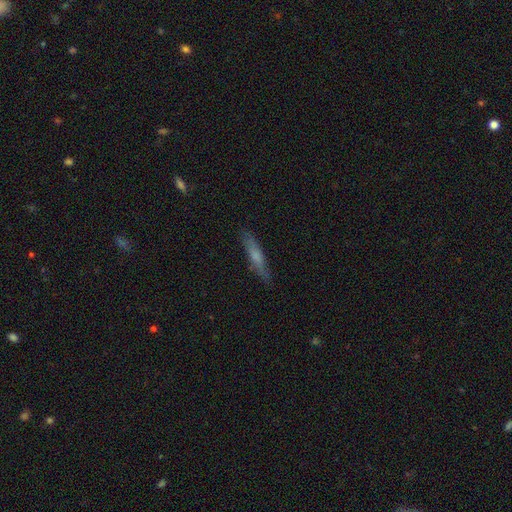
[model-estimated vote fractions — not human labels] smooth 57%, featured or disk 36%, star or artifact 7%. Down the decision tree: how rounded — cigar-shaped (89%); merging — none (83%).